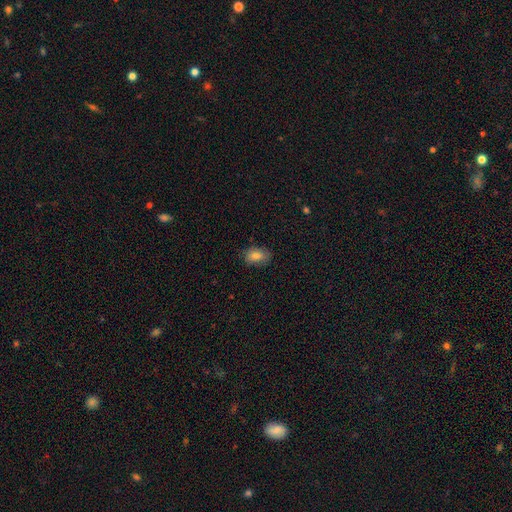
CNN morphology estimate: smooth_or_featured: smooth (p=0.83) [alt: star or artifact p=0.09]
how_rounded: in between (p=0.85) [alt: round p=0.13]
merging: none (p=0.81) [alt: minor disturbance p=0.15]